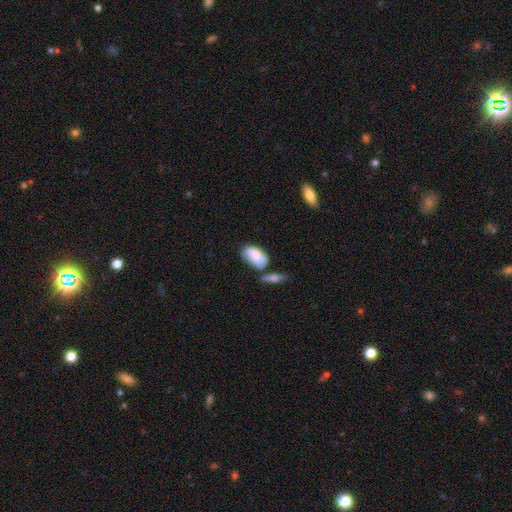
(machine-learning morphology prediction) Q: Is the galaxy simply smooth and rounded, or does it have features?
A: smooth — 71%.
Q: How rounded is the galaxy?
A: in between — 92%.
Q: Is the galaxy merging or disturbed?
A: none — 38%.